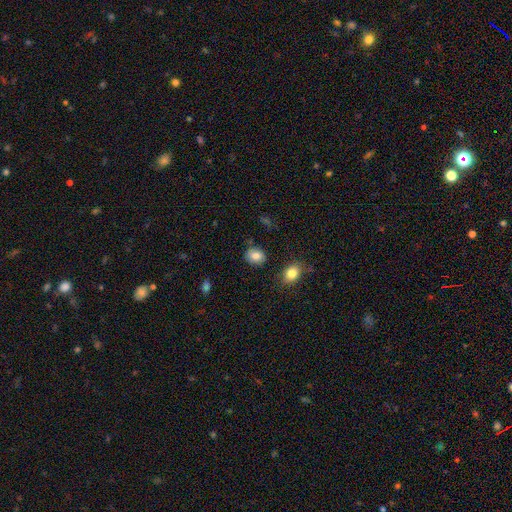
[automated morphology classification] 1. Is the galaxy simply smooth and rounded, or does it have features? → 82% smooth, 9% featured or disk, 9% star or artifact.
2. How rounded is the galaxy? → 52% round, 47% in between, 1% cigar-shaped.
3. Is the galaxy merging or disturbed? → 81% none, 13% minor disturbance, 3% merger, 3% major disturbance.